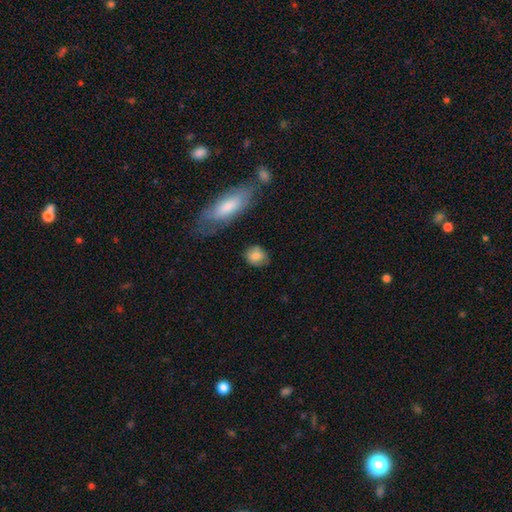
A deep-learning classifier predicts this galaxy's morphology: This appears to be a smooth galaxy with no disk features (81%) that is round (61%). Merging: none (75%).